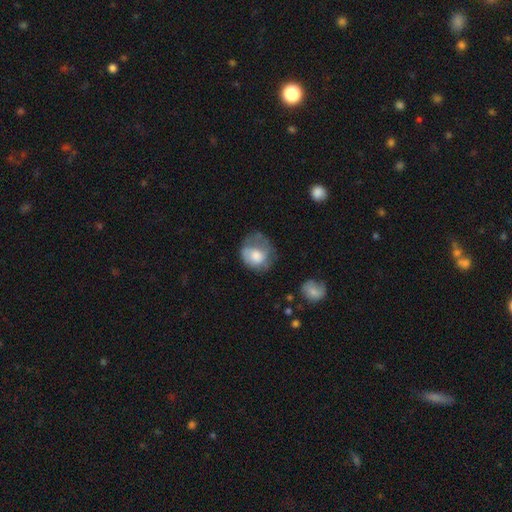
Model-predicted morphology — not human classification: This appears to be a smooth galaxy with no disk features (65%) that is round (64%). Merging: none (34%).